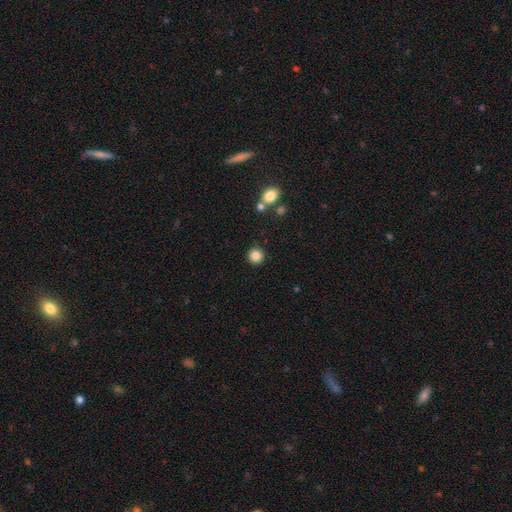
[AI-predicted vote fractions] smooth 84%, star or artifact 11%, featured or disk 5%. Down the decision tree: how rounded — round (94%); merging — none (90%).